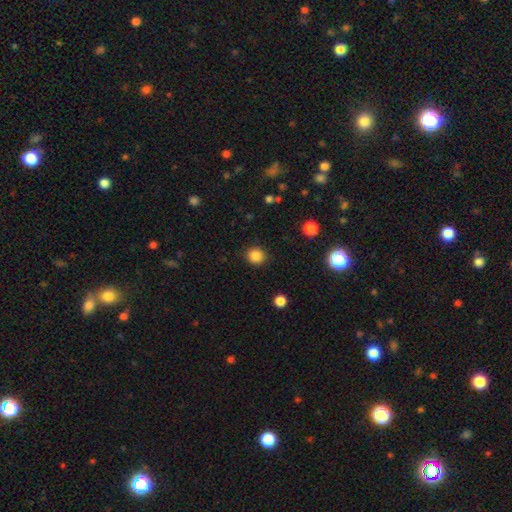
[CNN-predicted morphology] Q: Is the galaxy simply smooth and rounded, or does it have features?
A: smooth — 85%.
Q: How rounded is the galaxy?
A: round — 90%.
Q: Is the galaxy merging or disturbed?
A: none — 89%.